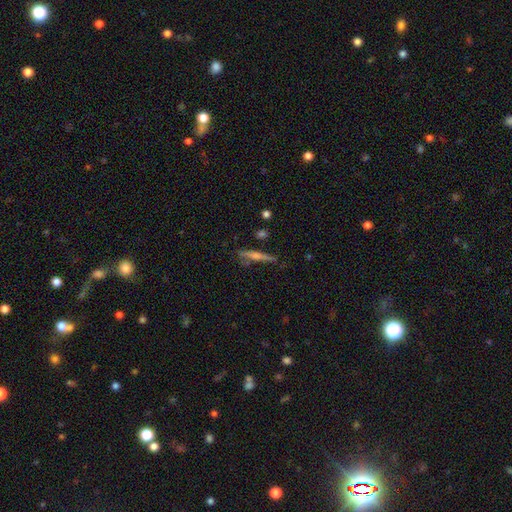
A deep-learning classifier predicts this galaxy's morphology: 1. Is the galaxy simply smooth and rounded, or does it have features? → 60% featured or disk, 29% smooth, 11% star or artifact.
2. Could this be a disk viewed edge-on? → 92% yes, 8% no.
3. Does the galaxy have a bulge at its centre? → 71% rounded, 20% none, 9% boxy.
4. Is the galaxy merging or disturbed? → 75% none, 16% minor disturbance, 6% major disturbance, 3% merger.